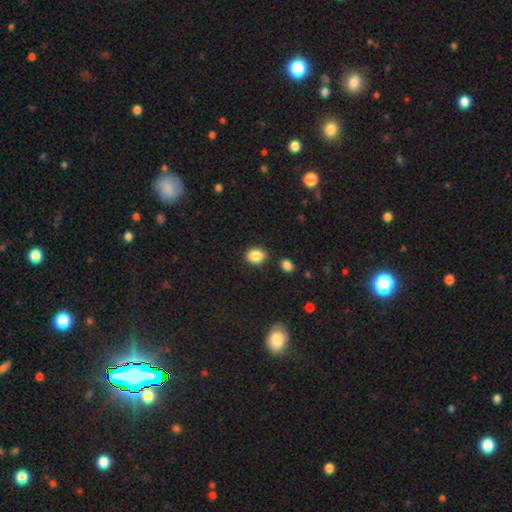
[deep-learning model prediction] smooth-or-featured: smooth: 87% | star or artifact: 9% | featured or disk: 4%
  how-rounded: in between: 73% | round: 25% | cigar-shaped: 1%
  merging: none: 83% | minor disturbance: 10% | merger: 4% | major disturbance: 3%